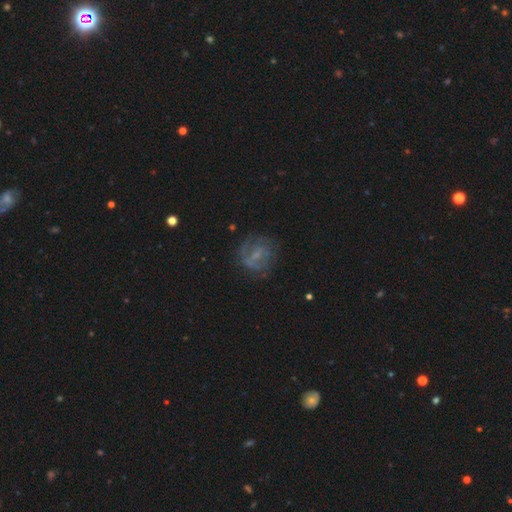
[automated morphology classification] featured or disk 57%, smooth 29%, star or artifact 14%. Down the decision tree: edge-on disk — no (96%); bar — weak (44%); spiral arms — yes (61%); bulge size — small (43%); merging — none (63%).